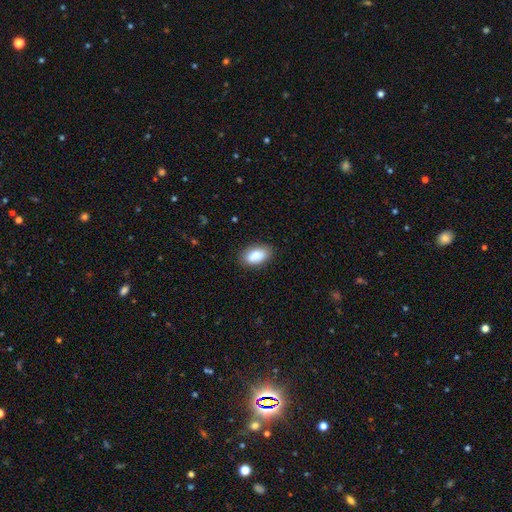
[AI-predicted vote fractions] Smooth or featured? smooth (87%)
How rounded? in between (93%)
Merging? none (84%)